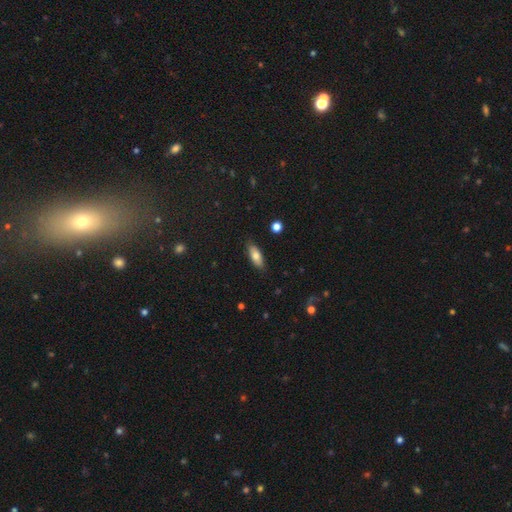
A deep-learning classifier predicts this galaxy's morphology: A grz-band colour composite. It shows a smooth galaxy with no disk features (73%) that is in between round and cigar-shaped (74%). Merging: none (85%).